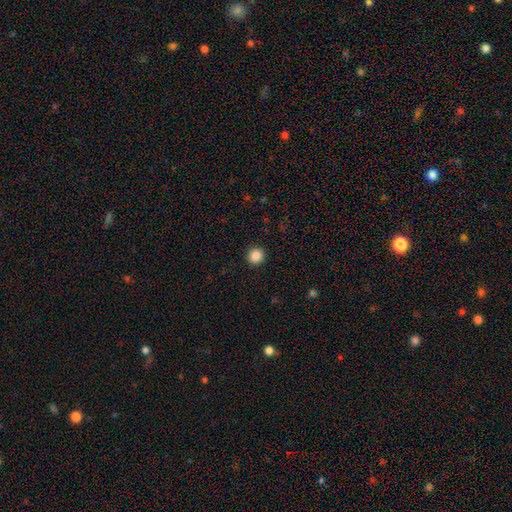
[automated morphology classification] A smooth galaxy with no disk features (86%) that is round (94%).

Vote fractions:
- Smooth or featured? smooth: 86% / star or artifact: 10% / featured or disk: 4%
- How rounded? round: 94% / in between: 5% / cigar-shaped: 1%
- Merging? none: 93% / minor disturbance: 4% / major disturbance: 2% / merger: 1%